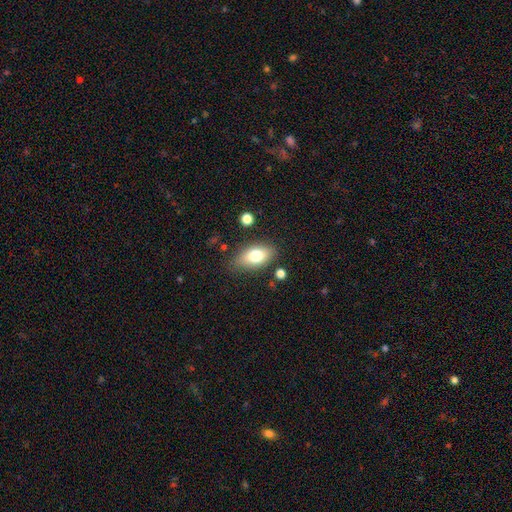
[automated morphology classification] A smooth galaxy with no disk features (75%) that is in between round and cigar-shaped (88%).

Vote fractions:
- Smooth or featured? smooth: 75% / featured or disk: 17% / star or artifact: 8%
- How rounded? in between: 88% / round: 6% / cigar-shaped: 6%
- Merging? none: 79% / minor disturbance: 14% / major disturbance: 4% / merger: 3%